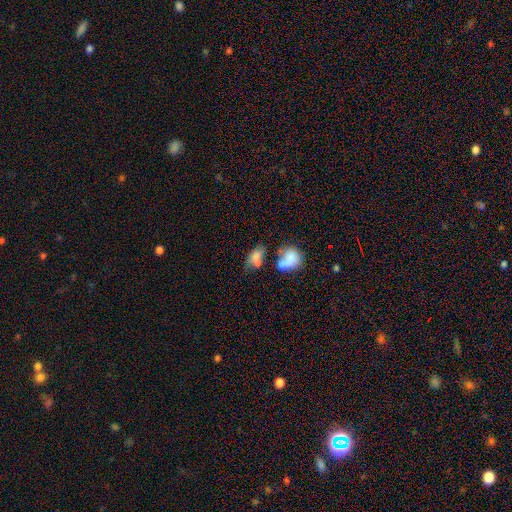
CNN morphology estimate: type=smooth (66%); roundness=in between (82%); merging=merger (39%).